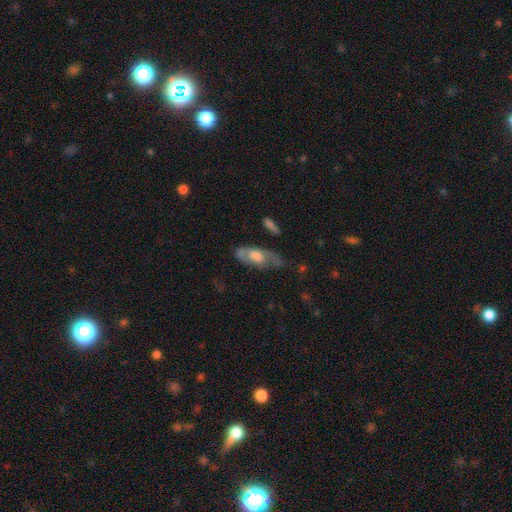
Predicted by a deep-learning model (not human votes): Smooth or featured? Predicted: featured or disk (p=0.51). Edge-on disk? Predicted: no (p=0.78). Merging? Predicted: none (p=0.45).